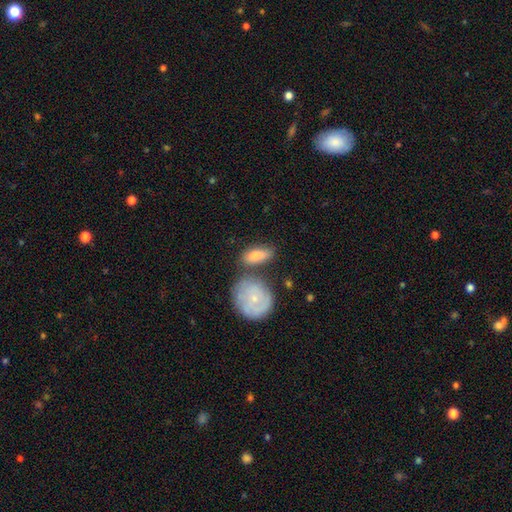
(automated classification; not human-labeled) smooth_or_featured: smooth (p=0.70) [alt: featured or disk p=0.23]
how_rounded: in between (p=0.79) [alt: round p=0.12]
merging: none (p=0.56) [alt: merger p=0.20]